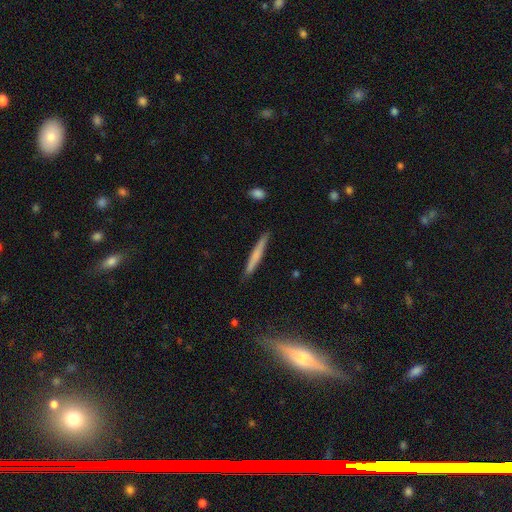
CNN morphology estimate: smooth-or-featured: smooth: 60% | featured or disk: 34% | star or artifact: 6%
  how-rounded: cigar-shaped: 96% | in between: 3% | round: 1%
  merging: none: 87% | minor disturbance: 10% | major disturbance: 2% | merger: 2%